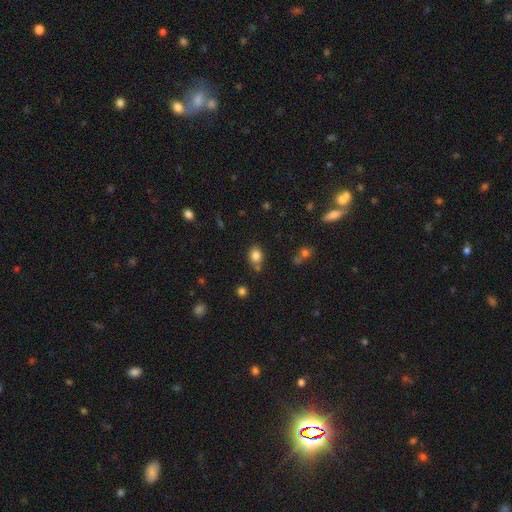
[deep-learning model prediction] Morphology: type=smooth (83%); roundness=in between (53%); merging=none (69%).